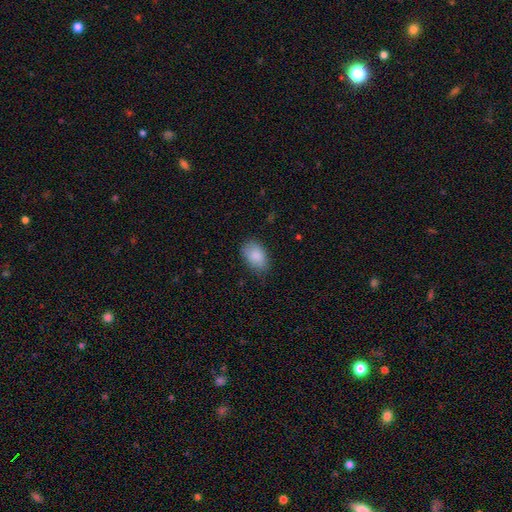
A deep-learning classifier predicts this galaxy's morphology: type=smooth (88%); roundness=in between (87%); merging=none (74%).